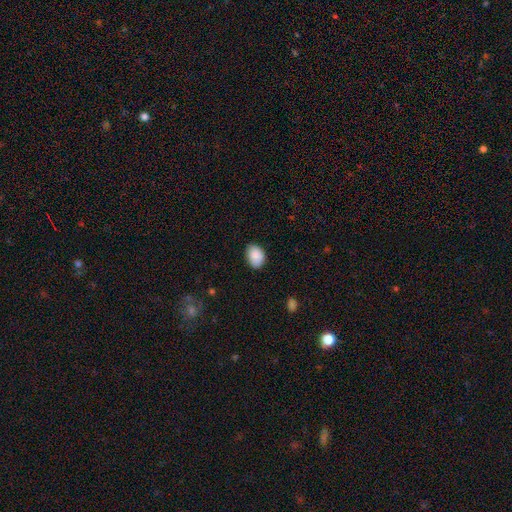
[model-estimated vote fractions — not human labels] The model was most divided on "how rounded": in between: 78%, round: 21%, cigar-shaped: 1%. More confident: smooth or featured — smooth (89%); merging — none (81%).